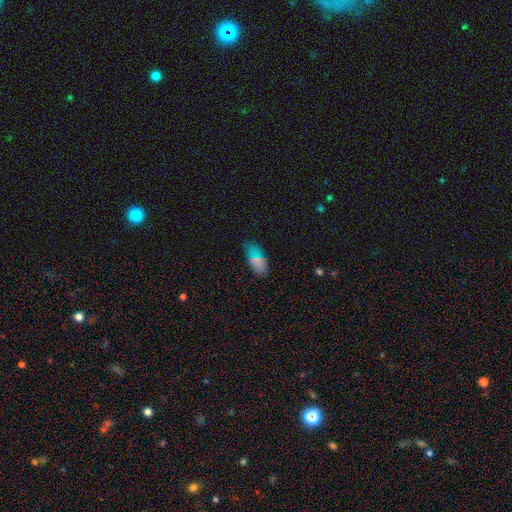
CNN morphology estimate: smooth_or_featured: smooth (p=0.71) [alt: star or artifact p=0.19]
how_rounded: in between (p=0.91) [alt: cigar-shaped p=0.06]
merging: none (p=0.78) [alt: minor disturbance p=0.16]